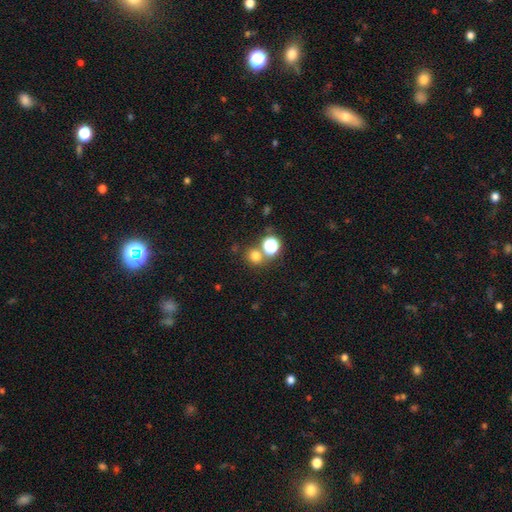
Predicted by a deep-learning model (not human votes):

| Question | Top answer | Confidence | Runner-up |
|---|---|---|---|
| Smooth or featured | smooth | 72% | star or artifact (21%) |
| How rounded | round | 84% | in between (15%) |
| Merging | none | 67% | merger (22%) |